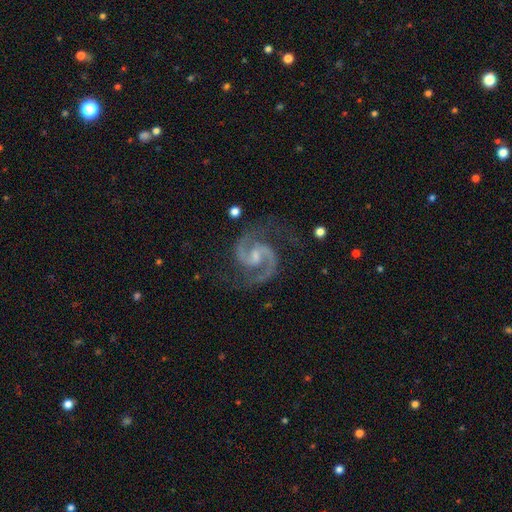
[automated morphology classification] Smooth or featured?
  - featured or disk: 94% *
  - star or artifact: 4%
  - smooth: 2%
Edge-on disk?
  - no: 98% *
  - yes: 2%
Bar?
  - weak: 53% *
  - no: 33%
  - strong: 14%
Spiral arms?
  - yes: 99% *
  - no: 1%
Spiral winding?
  - medium: 69% *
  - tight: 18%
  - loose: 13%
Spiral arm count?
  - 2: 94% *
  - 3: 1%
  - can't tell: 1%
  - 1: 1%
  - 4: 1%
  - more than 4: 1%
Bulge size?
  - small: 44% *
  - moderate: 33%
  - none: 20%
  - large: 2%
  - dominant: 1%
Merging?
  - none: 75% *
  - minor disturbance: 17%
  - major disturbance: 7%
  - merger: 2%